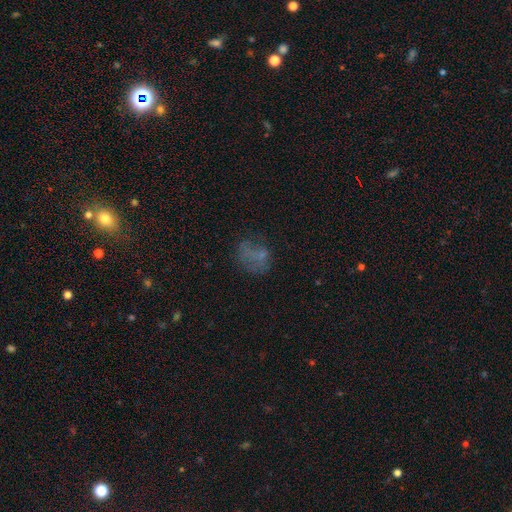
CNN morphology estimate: A smooth galaxy with no disk features (52%) that is in between round and cigar-shaped (56%).

Vote fractions:
- Smooth or featured? smooth: 52% / featured or disk: 27% / star or artifact: 21%
- How rounded? in between: 56% / round: 42% / cigar-shaped: 2%
- Merging? none: 48% / major disturbance: 24% / minor disturbance: 22% / merger: 6%